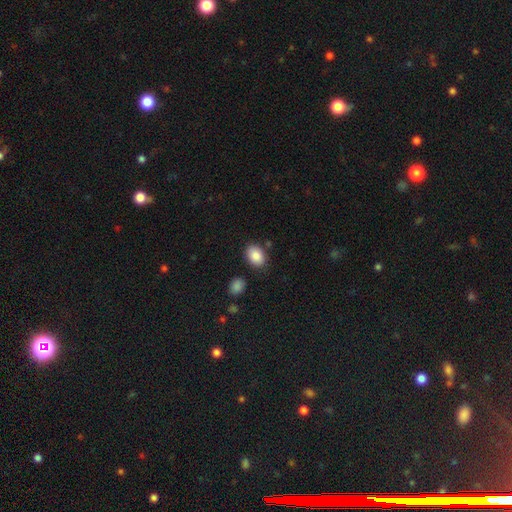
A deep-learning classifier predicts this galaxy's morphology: Smooth or featured? Predicted: smooth (p=0.88). How rounded? Predicted: in between (p=0.77). Merging? Predicted: none (p=0.82).